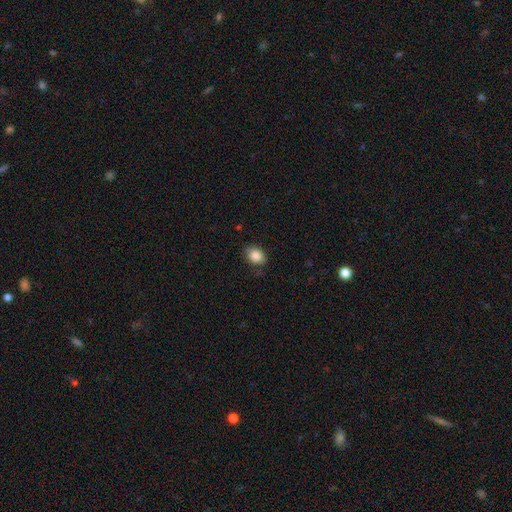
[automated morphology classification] Smooth or featured: smooth — 87% (star or artifact — 8%)
How rounded: in between — 57% (round — 42%)
Merging: none — 76% (minor disturbance — 18%)